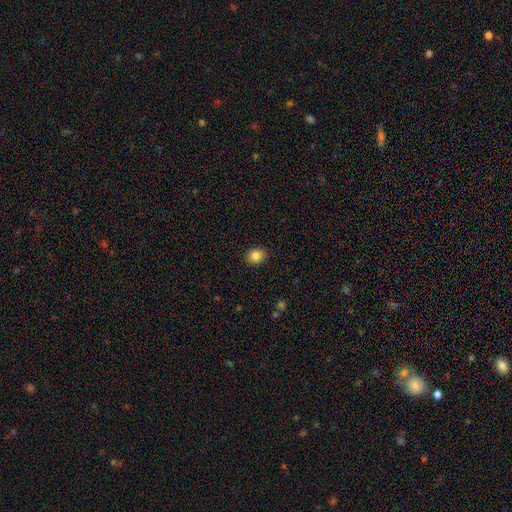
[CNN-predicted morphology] smooth-or-featured: smooth: 86% | star or artifact: 10% | featured or disk: 4%
  how-rounded: round: 61% | in between: 38% | cigar-shaped: 1%
  merging: none: 90% | minor disturbance: 7% | major disturbance: 2% | merger: 1%